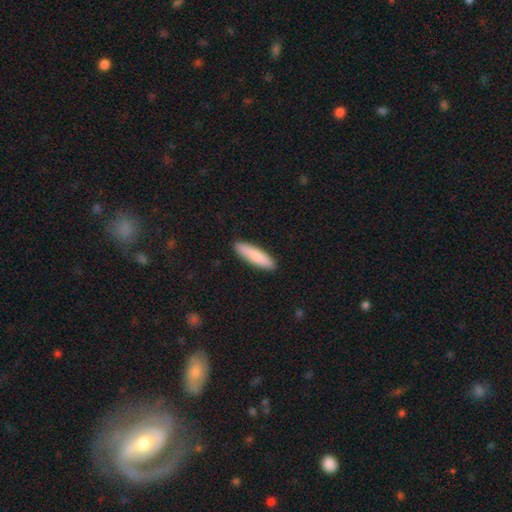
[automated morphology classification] smooth-or-featured: smooth: 85% | featured or disk: 10% | star or artifact: 5%
  how-rounded: cigar-shaped: 75% | in between: 24% | round: 1%
  merging: none: 90% | minor disturbance: 7% | major disturbance: 1% | merger: 1%